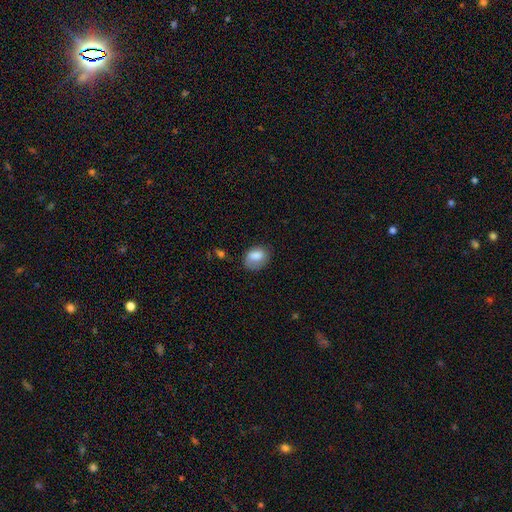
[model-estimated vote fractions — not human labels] Q: Smooth or featured?
A: smooth (81%); runner-up: featured or disk (11%)
Q: How rounded?
A: in between (69%); runner-up: round (30%)
Q: Merging?
A: none (60%); runner-up: minor disturbance (27%)